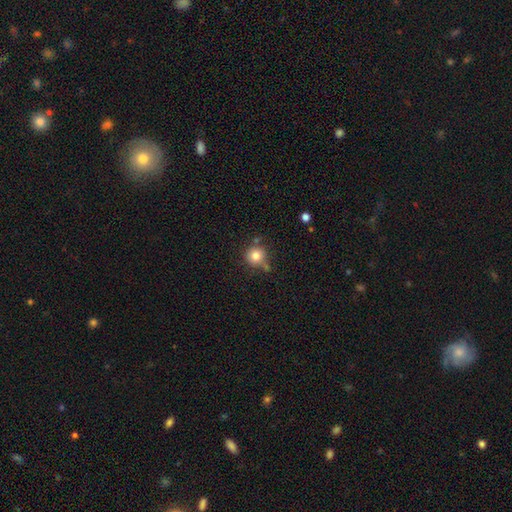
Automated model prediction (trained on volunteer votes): Q: Smooth or featured?
A: smooth (81%); runner-up: star or artifact (11%)
Q: How rounded?
A: round (92%); runner-up: in between (7%)
Q: Merging?
A: none (68%); runner-up: minor disturbance (15%)